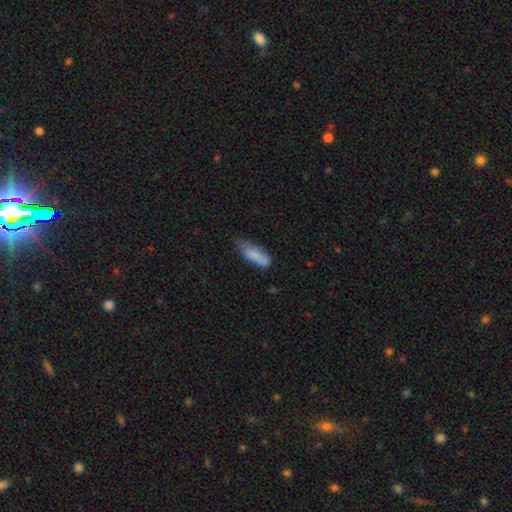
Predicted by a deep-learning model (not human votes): Smooth or featured: smooth — 81% (featured or disk — 12%)
How rounded: in between — 67% (cigar-shaped — 32%)
Merging: none — 46% (minor disturbance — 40%)